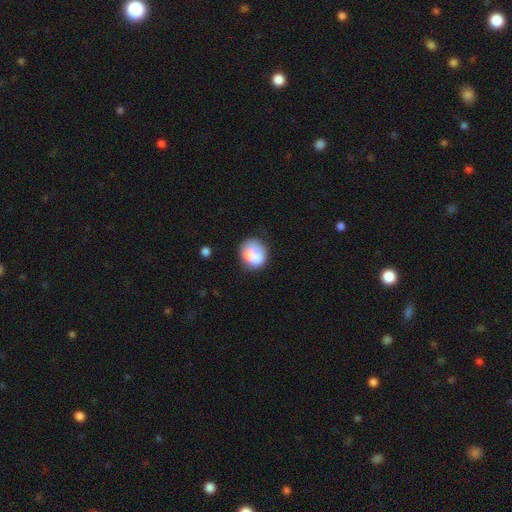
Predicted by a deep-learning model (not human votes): Morphology: type=smooth (76%); roundness=round (72%); merging=none (57%).